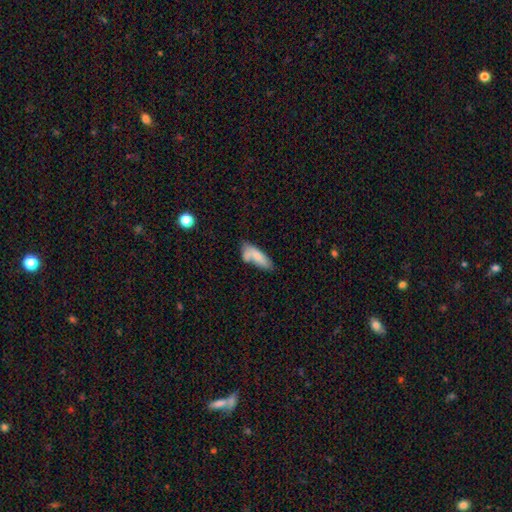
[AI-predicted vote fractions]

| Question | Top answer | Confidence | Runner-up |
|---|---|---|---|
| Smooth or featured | smooth | 73% | featured or disk (19%) |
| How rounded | in between | 69% | cigar-shaped (29%) |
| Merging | none | 39% | merger (25%) |